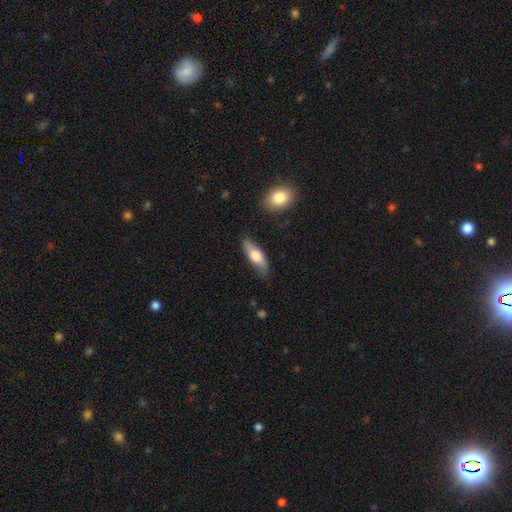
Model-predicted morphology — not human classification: smooth-or-featured: smooth: 63% | featured or disk: 32% | star or artifact: 6%
  how-rounded: in between: 55% | cigar-shaped: 42% | round: 3%
  merging: none: 78% | minor disturbance: 16% | major disturbance: 3% | merger: 2%